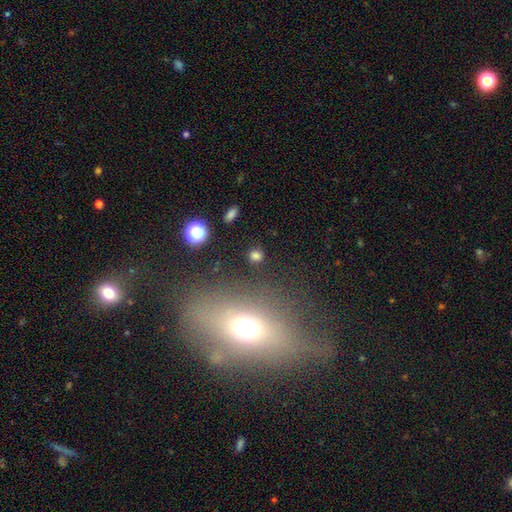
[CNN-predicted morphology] Smooth or featured? smooth (74%)
How rounded? round (84%)
Merging? none (86%)